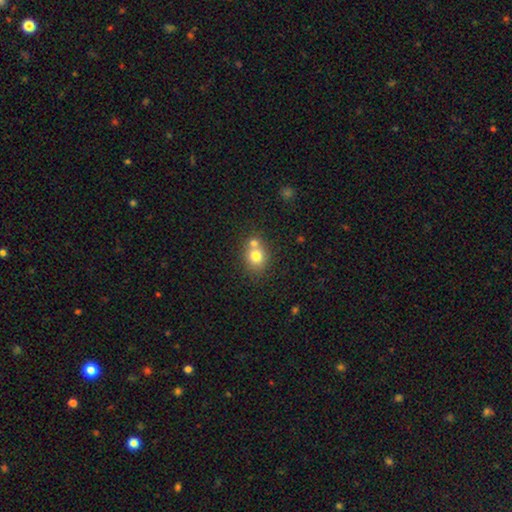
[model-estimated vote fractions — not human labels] smooth_or_featured: smooth (p=0.75) [alt: featured or disk p=0.13]
how_rounded: round (p=0.72) [alt: in between p=0.28]
merging: none (p=0.47) [alt: merger p=0.41]